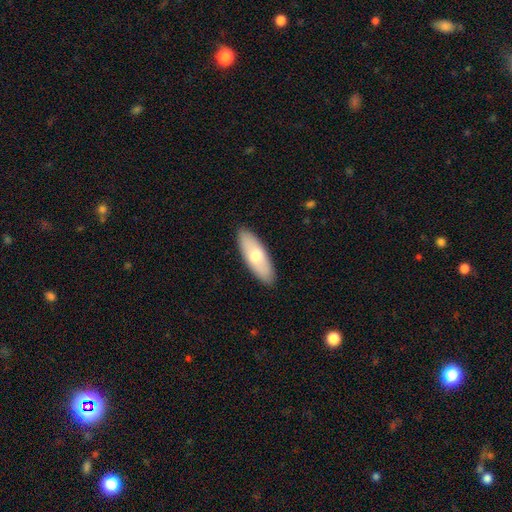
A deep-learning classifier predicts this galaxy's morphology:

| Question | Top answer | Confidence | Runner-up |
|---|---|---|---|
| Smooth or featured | smooth | 67% | featured or disk (28%) |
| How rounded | in between | 68% | cigar-shaped (30%) |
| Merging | none | 89% | minor disturbance (8%) |